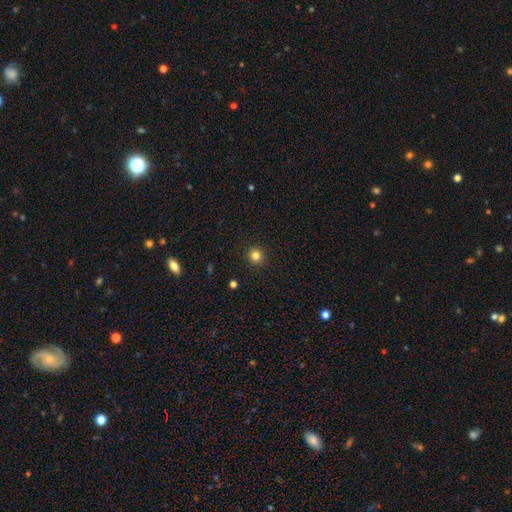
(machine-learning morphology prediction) smooth 81%, star or artifact 14%, featured or disk 5%. Down the decision tree: how rounded — round (94%); merging — none (92%).